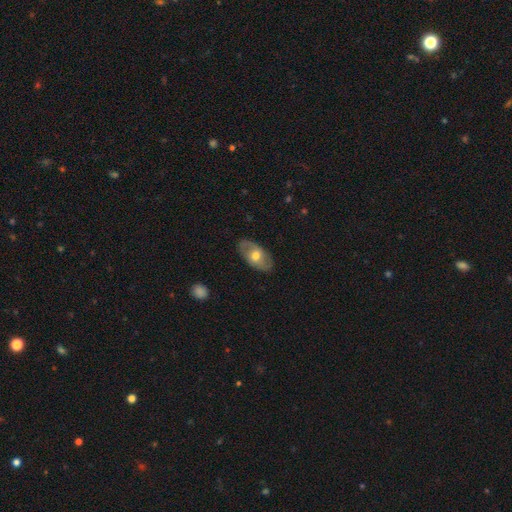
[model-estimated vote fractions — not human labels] This appears to be a smooth galaxy with no disk features (48%). Merging: none (83%).